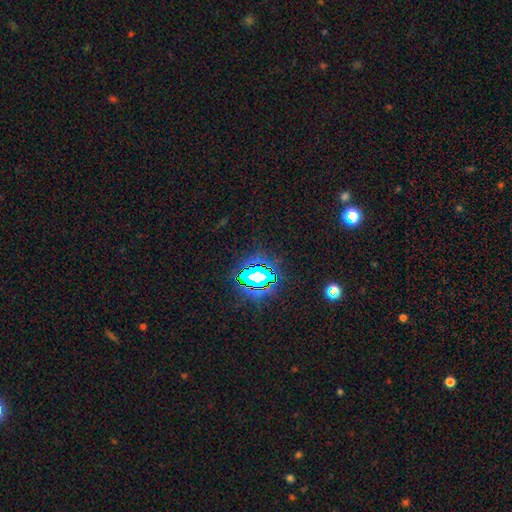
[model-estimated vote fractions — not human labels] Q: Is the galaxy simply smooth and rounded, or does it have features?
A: star or artifact — 79%.